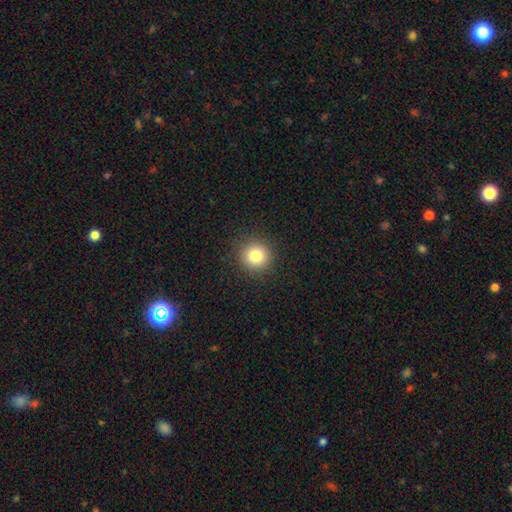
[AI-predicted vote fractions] Overall: smooth (82%). How rounded: round (93%). Merging: none (91%).